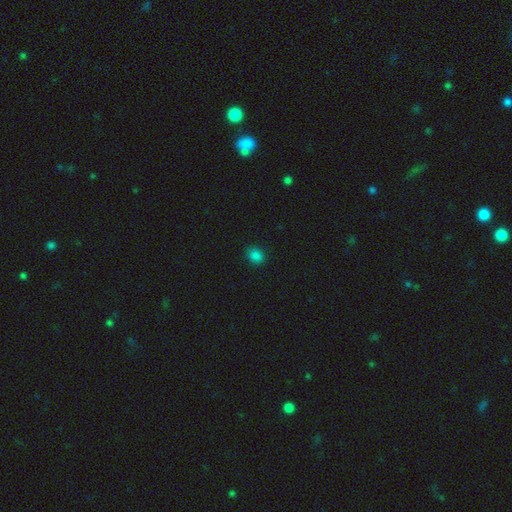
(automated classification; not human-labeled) Smooth or featured? smooth (82%)
How rounded? round (50%)
Merging? none (88%)